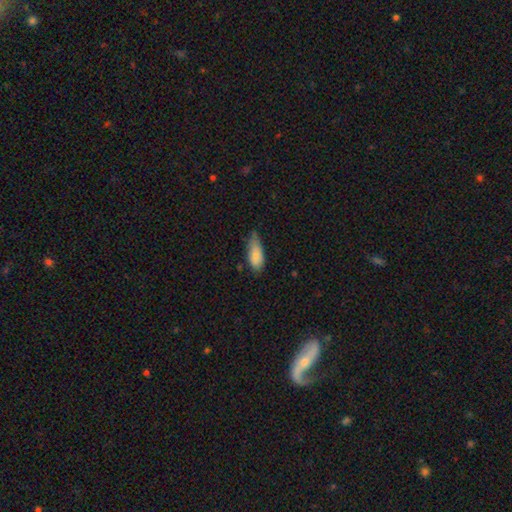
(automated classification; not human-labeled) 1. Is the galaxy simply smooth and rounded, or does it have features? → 84% smooth, 9% featured or disk, 7% star or artifact.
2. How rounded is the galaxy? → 82% in between, 15% cigar-shaped, 2% round.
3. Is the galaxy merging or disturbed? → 46% none, 43% minor disturbance, 8% major disturbance, 3% merger.